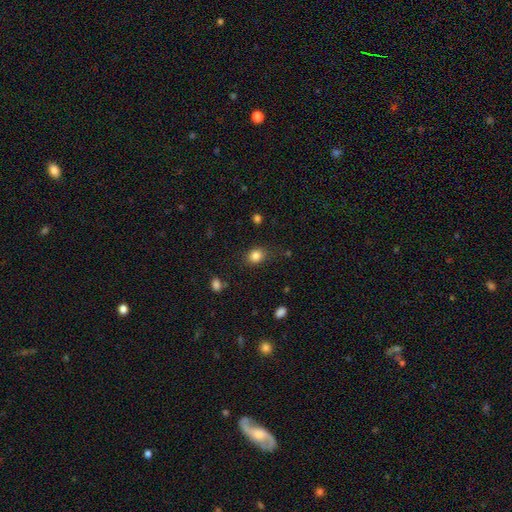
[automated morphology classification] The model was most divided on "how rounded": round: 61%, in between: 38%, cigar-shaped: 1%. More confident: smooth or featured — smooth (84%); merging — none (79%).